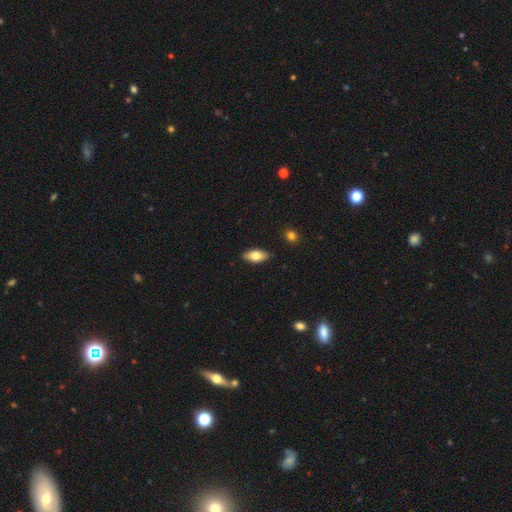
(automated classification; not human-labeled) smooth 74%, featured or disk 19%, star or artifact 7%. Down the decision tree: how rounded — in between (88%); merging — none (87%).